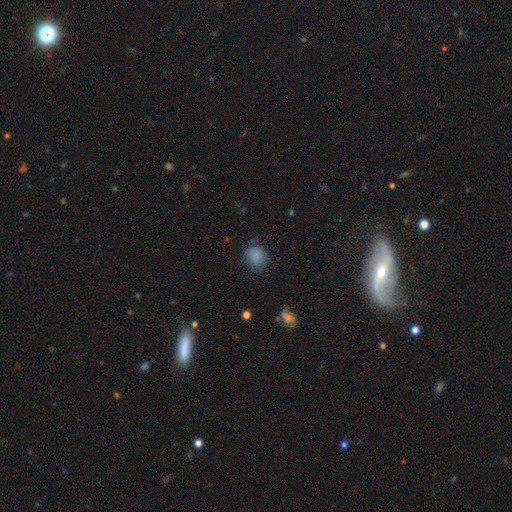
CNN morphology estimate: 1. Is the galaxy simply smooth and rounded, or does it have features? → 84% smooth, 11% star or artifact, 5% featured or disk.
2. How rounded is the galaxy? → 68% round, 31% in between, 1% cigar-shaped.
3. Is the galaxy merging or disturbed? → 74% none, 20% minor disturbance, 5% major disturbance, 1% merger.